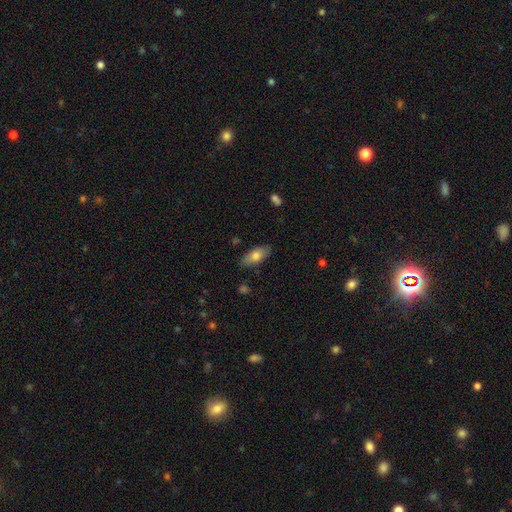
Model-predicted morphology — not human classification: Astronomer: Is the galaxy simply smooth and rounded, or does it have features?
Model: smooth — 76%.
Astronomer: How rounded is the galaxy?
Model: in between — 84%.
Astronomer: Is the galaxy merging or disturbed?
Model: none — 83%.